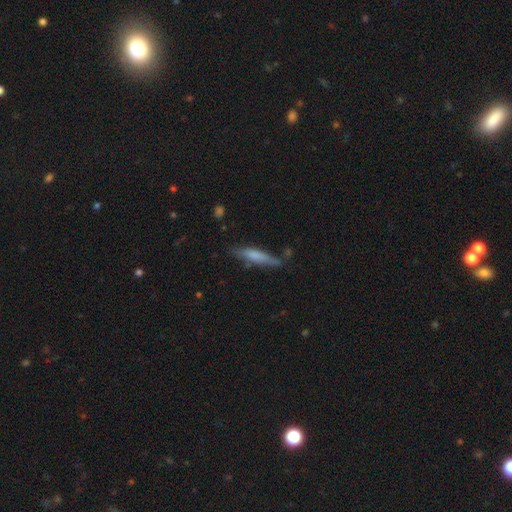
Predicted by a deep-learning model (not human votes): Overall: smooth (65%; featured or disk 28%). How rounded: cigar-shaped (82%). Merging: none (68%).